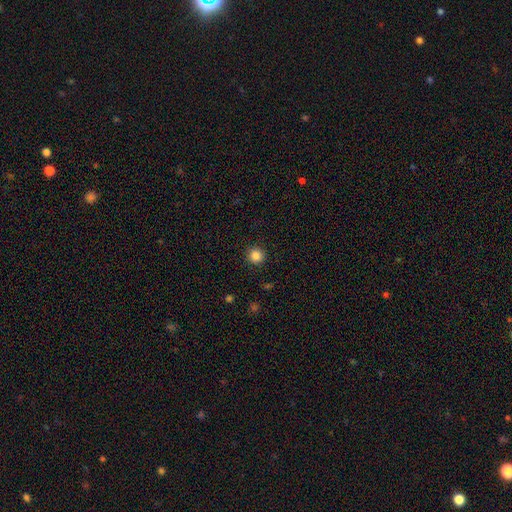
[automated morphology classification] Smooth or featured?
  - smooth: 85% *
  - star or artifact: 11%
  - featured or disk: 4%
How rounded?
  - round: 95% *
  - in between: 4%
  - cigar-shaped: 1%
Merging?
  - none: 92% *
  - minor disturbance: 5%
  - major disturbance: 2%
  - merger: 1%